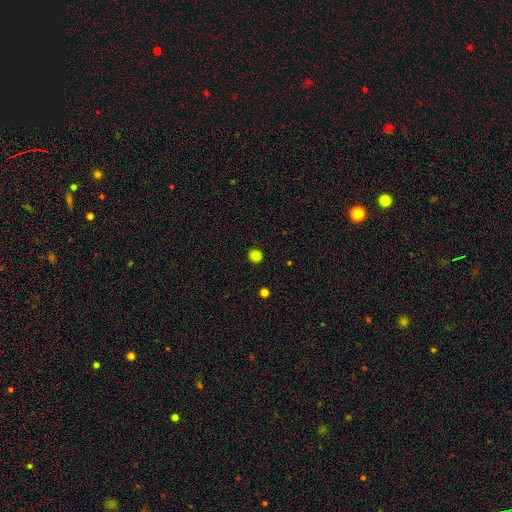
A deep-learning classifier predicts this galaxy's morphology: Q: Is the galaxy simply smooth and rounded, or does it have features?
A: smooth — 83%.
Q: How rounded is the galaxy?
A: round — 89%.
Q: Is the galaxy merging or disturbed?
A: none — 89%.